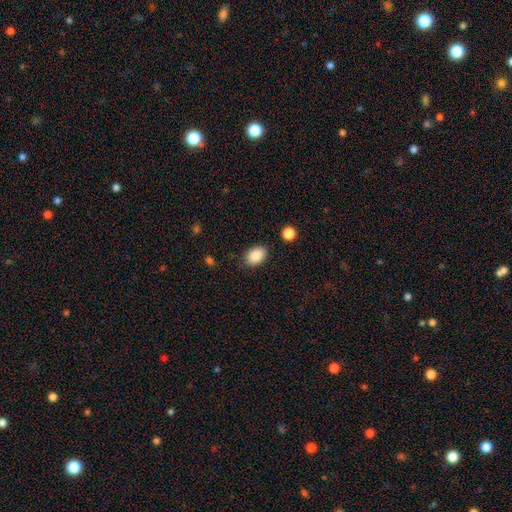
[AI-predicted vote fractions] A smooth galaxy with no disk features (87%) that is in between round and cigar-shaped (85%).

Vote fractions:
- Smooth or featured? smooth: 87% / star or artifact: 8% / featured or disk: 5%
- How rounded? in between: 85% / round: 14% / cigar-shaped: 1%
- Merging? none: 83% / minor disturbance: 12% / major disturbance: 3% / merger: 2%